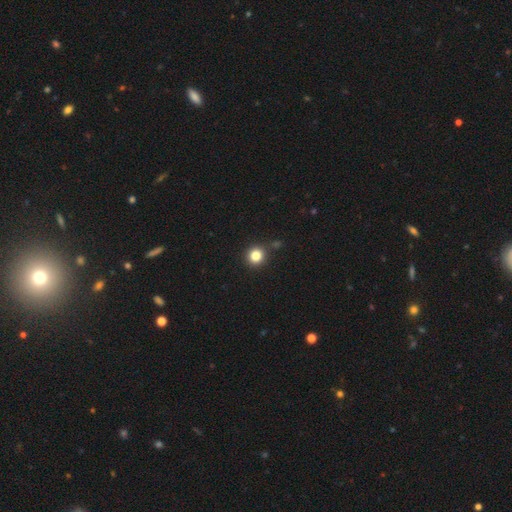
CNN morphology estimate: smooth-or-featured: smooth: 83% | star or artifact: 12% | featured or disk: 5%
  how-rounded: round: 93% | in between: 6% | cigar-shaped: 1%
  merging: none: 86% | minor disturbance: 8% | merger: 4% | major disturbance: 2%